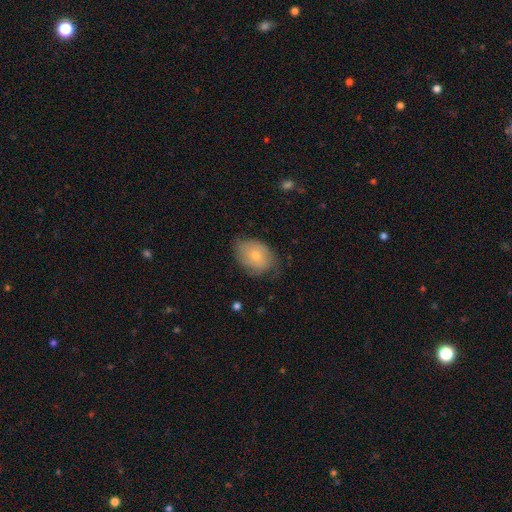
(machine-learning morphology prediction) A smooth galaxy with no disk features (69%) that is in between round and cigar-shaped (75%).

Vote fractions:
- Smooth or featured? smooth: 69% / featured or disk: 24% / star or artifact: 7%
- How rounded? in between: 75% / round: 24% / cigar-shaped: 1%
- Merging? none: 68% / minor disturbance: 25% / major disturbance: 6% / merger: 1%